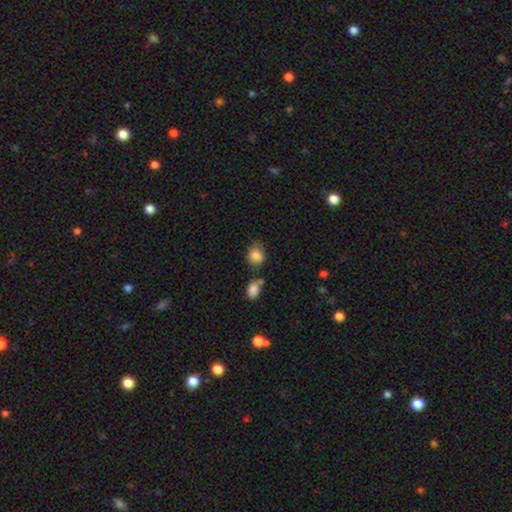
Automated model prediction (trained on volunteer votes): This appears to be a smooth galaxy with no disk features (84%) that is round (53%). Merging: none (55%).